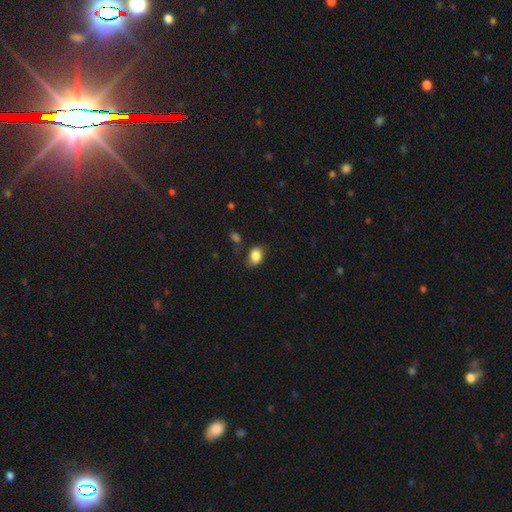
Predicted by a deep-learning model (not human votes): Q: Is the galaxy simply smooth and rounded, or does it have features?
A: smooth — 85%.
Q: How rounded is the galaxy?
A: in between — 70%.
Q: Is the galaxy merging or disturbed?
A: none — 69%.